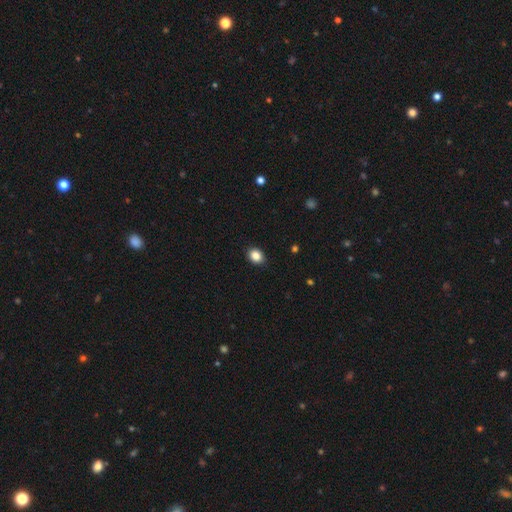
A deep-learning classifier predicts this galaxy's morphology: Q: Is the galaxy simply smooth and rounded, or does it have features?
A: smooth — 87%.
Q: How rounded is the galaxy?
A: in between — 56%.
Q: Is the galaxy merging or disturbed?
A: none — 89%.